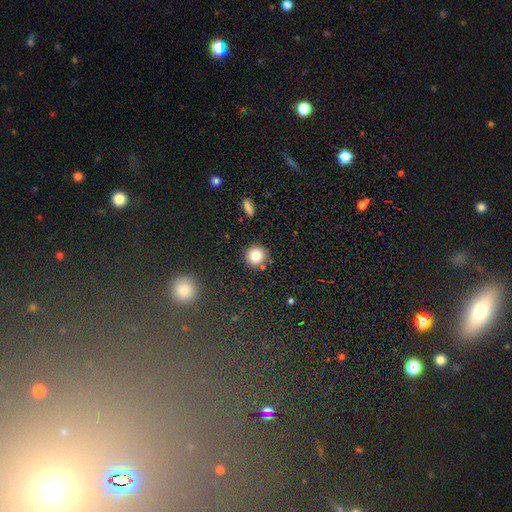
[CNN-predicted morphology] Smooth or featured: smooth — 81% (star or artifact — 11%)
How rounded: round — 92% (in between — 7%)
Merging: none — 83% (minor disturbance — 9%)